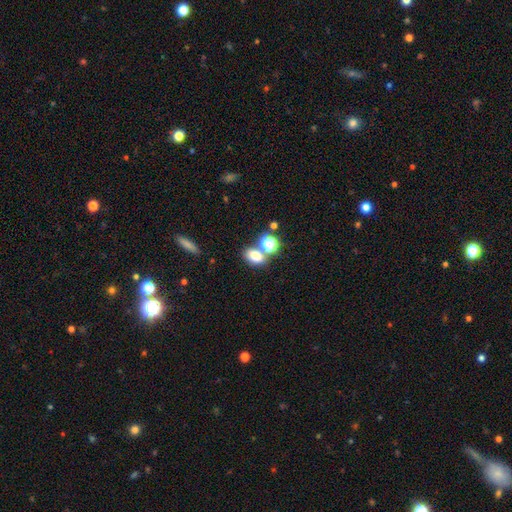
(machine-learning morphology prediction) smooth_or_featured: smooth (p=0.76) [alt: star or artifact p=0.15]
how_rounded: in between (p=0.70) [alt: round p=0.29]
merging: none (p=0.56) [alt: merger p=0.30]